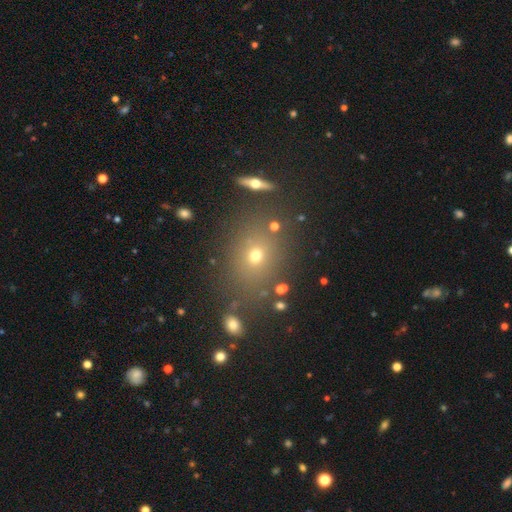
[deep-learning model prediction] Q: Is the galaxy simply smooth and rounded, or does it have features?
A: smooth — 63%.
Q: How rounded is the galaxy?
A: round — 55%.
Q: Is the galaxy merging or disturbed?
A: none — 78%.